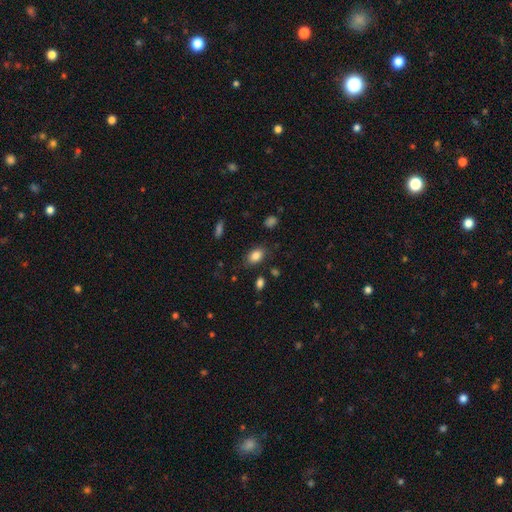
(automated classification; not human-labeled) A smooth galaxy with no disk features (83%) that is in between round and cigar-shaped (85%).

Vote fractions:
- Smooth or featured? smooth: 83% / star or artifact: 9% / featured or disk: 8%
- How rounded? in between: 85% / round: 13% / cigar-shaped: 2%
- Merging? none: 81% / minor disturbance: 13% / major disturbance: 4% / merger: 2%